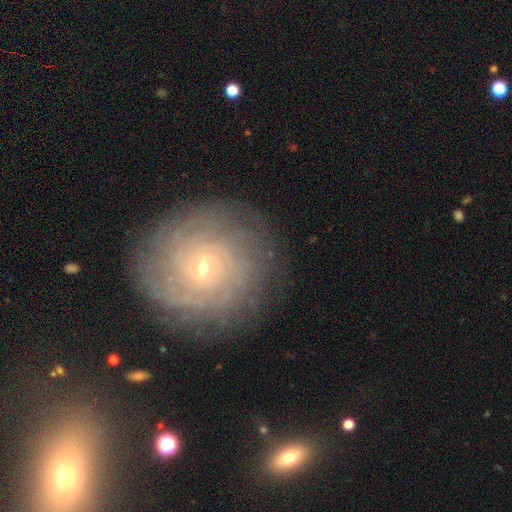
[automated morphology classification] Q: Smooth or featured?
A: featured or disk (74%); runner-up: smooth (15%)
Q: Edge-on disk?
A: no (97%); runner-up: yes (3%)
Q: Bar?
A: no (69%); runner-up: weak (25%)
Q: Spiral arms?
A: yes (94%); runner-up: no (6%)
Q: Spiral winding?
A: tight (80%); runner-up: medium (16%)
Q: Spiral arm count?
A: can't tell (40%); runner-up: 4 (14%)
Q: Bulge size?
A: small (76%); runner-up: moderate (21%)
Q: Merging?
A: none (84%); runner-up: minor disturbance (10%)